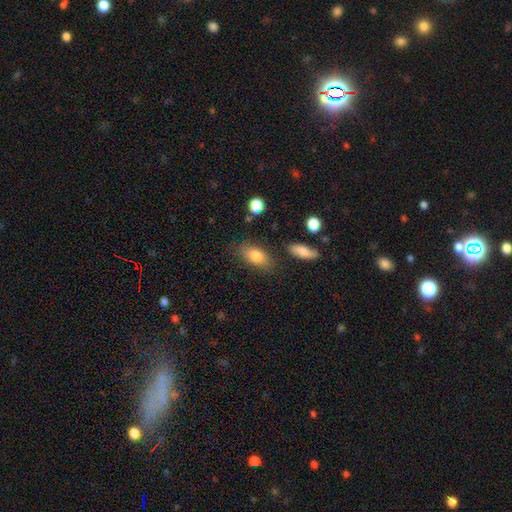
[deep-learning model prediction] Smooth or featured: smooth — 81% (featured or disk — 11%)
How rounded: in between — 86% (round — 7%)
Merging: none — 77% (minor disturbance — 14%)